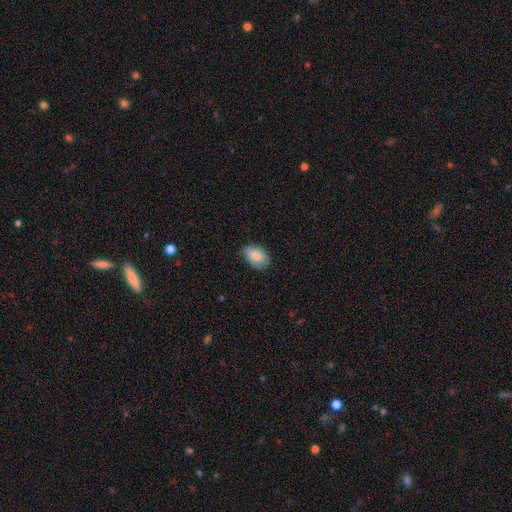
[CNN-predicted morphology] A smooth galaxy with no disk features (83%) that is in between round and cigar-shaped (89%). Merging: none (73%).